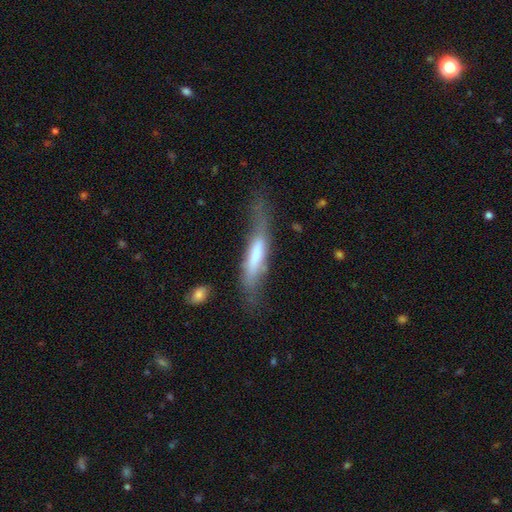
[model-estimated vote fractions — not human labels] smooth_or_featured: smooth (p=0.51) [alt: featured or disk p=0.42]
how_rounded: cigar-shaped (p=0.82) [alt: in between p=0.17]
merging: none (p=0.44) [alt: minor disturbance p=0.29]